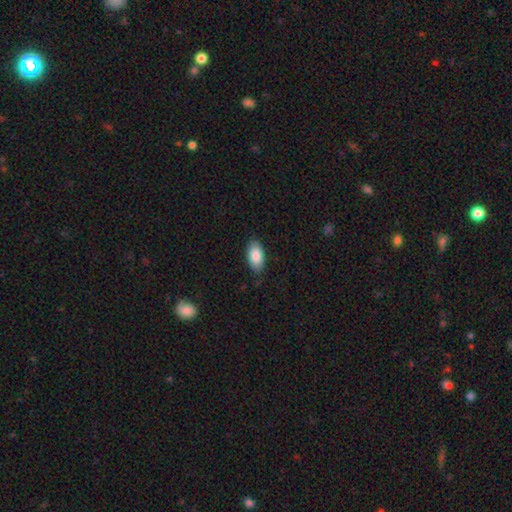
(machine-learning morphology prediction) smooth 85%, featured or disk 9%, star or artifact 6%. Down the decision tree: how rounded — in between (93%); merging — none (84%).